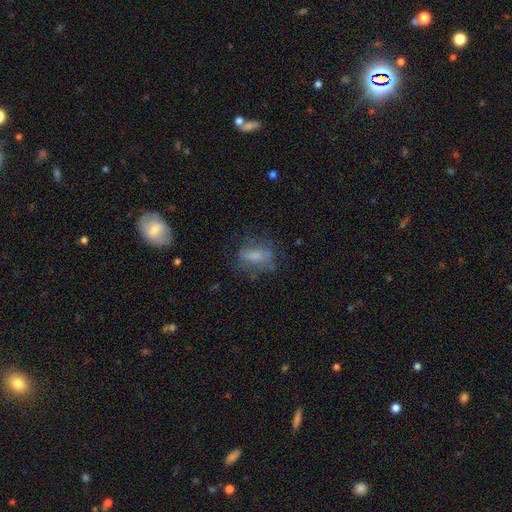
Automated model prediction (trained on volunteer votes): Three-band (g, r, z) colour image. It shows a smooth galaxy with no disk features (58%) that is in between round and cigar-shaped (74%). Merging: none (56%).